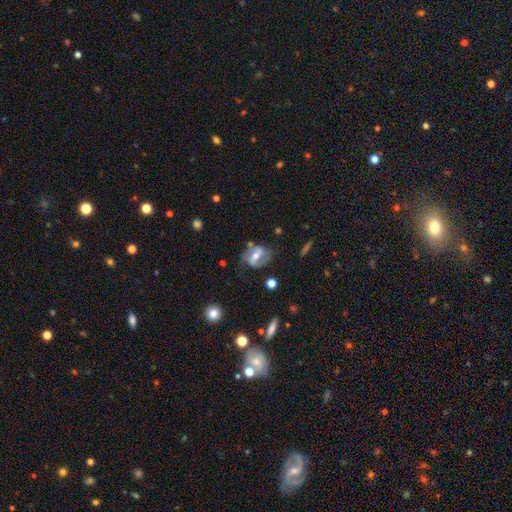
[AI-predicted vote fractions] This is likely a featured or disk galaxy (70%). It is clearly not viewed edge-on (94%). Bar: possibly strong (47%). Spiral arm pattern: likely yes (78%). Spiral arm count: likely 2 (77%). Spiral winding: marginally medium (43%). Central bulge: likely moderate (64%). Merging: likely none (60%).